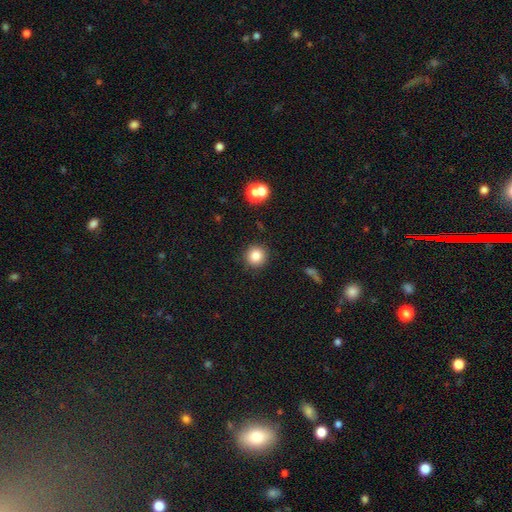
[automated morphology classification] The model was most divided on "smooth or featured": smooth: 84%, star or artifact: 11%, featured or disk: 5%. More confident: how rounded — round (93%); merging — none (89%).